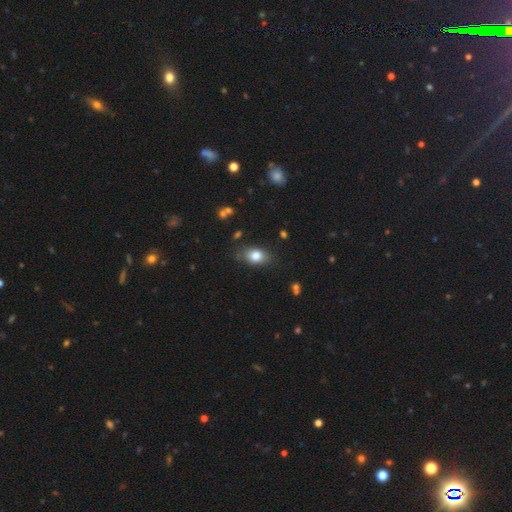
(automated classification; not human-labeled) Overall: smooth (81%). How rounded: in between (82%). Merging: none (77%).